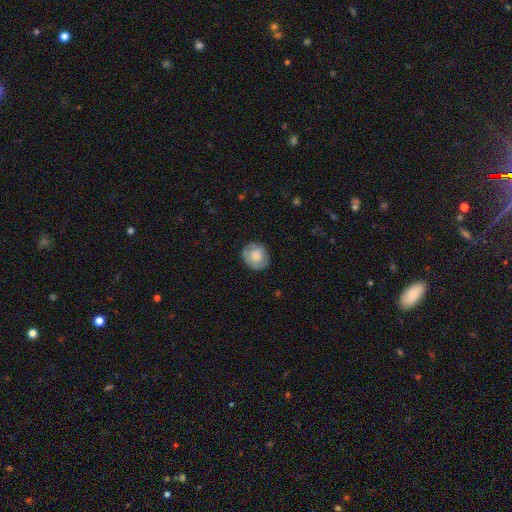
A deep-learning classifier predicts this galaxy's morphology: Smooth or featured? Predicted: smooth (p=0.71). How rounded? Predicted: round (p=0.77). Merging? Predicted: none (p=0.78).